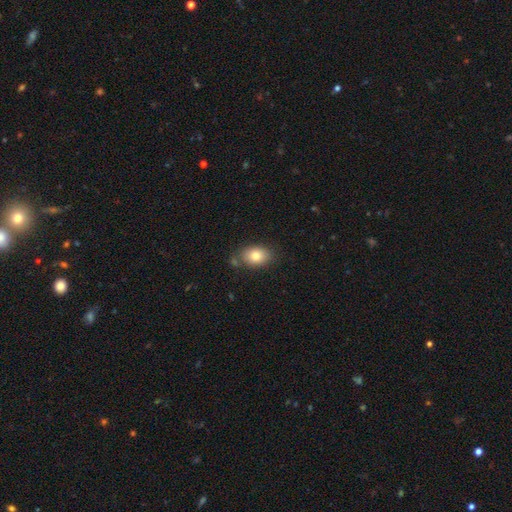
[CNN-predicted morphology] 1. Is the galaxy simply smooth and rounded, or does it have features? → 81% smooth, 10% featured or disk, 9% star or artifact.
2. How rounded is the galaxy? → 80% in between, 19% round, 1% cigar-shaped.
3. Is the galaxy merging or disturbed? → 74% none, 16% minor disturbance, 6% merger, 4% major disturbance.